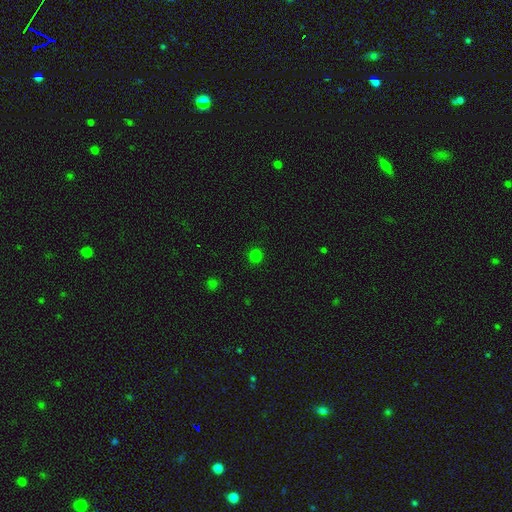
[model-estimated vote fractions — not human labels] smooth_or_featured: smooth (p=0.78) [alt: star or artifact p=0.18]
how_rounded: round (p=0.94) [alt: in between p=0.05]
merging: none (p=0.91) [alt: minor disturbance p=0.05]